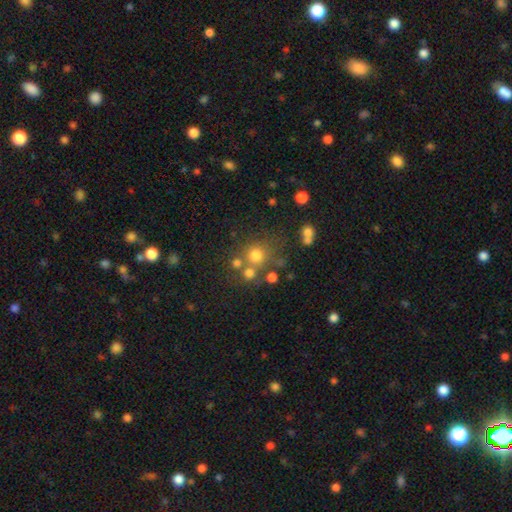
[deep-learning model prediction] Overall: smooth (68%). How rounded: round (88%). Merging: none (60%; merger 23%).